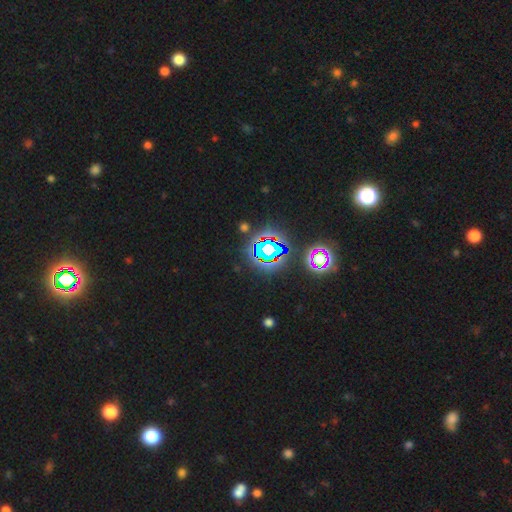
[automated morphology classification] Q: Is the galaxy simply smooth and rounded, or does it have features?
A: star or artifact — 79%.